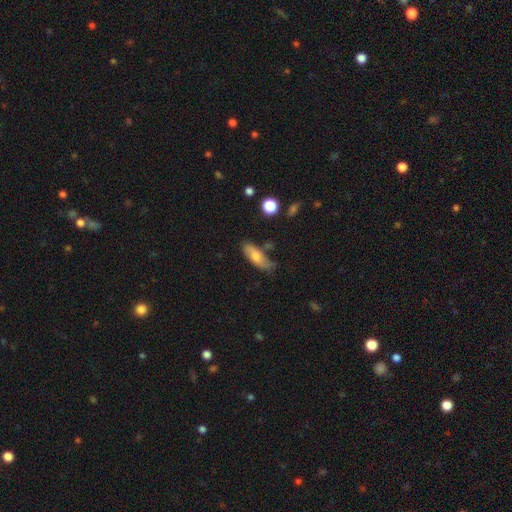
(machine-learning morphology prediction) type=smooth (64%); roundness=in between (67%); merging=none (59%).